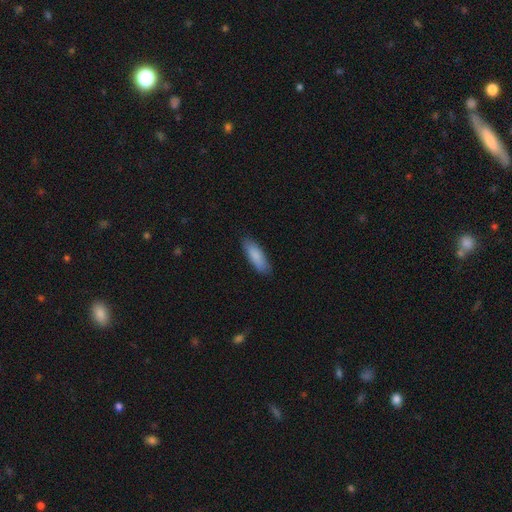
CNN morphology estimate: Smooth or featured?
  - smooth: 87% *
  - featured or disk: 8%
  - star or artifact: 5%
How rounded?
  - in between: 53% *
  - cigar-shaped: 45%
  - round: 2%
Merging?
  - none: 85% *
  - minor disturbance: 12%
  - major disturbance: 2%
  - merger: 1%